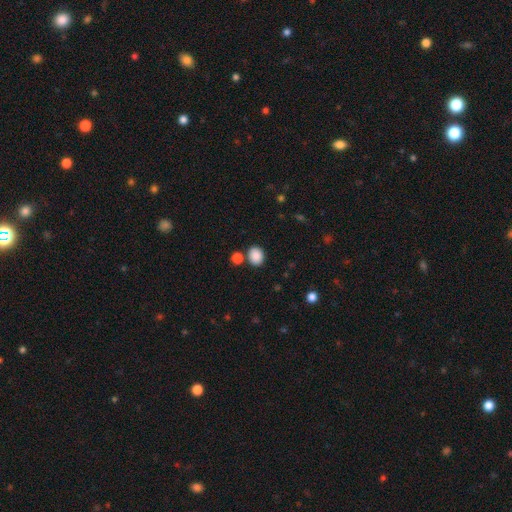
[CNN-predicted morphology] Overall: smooth (87%). How rounded: round (54%; in between 45%). Merging: none (78%).